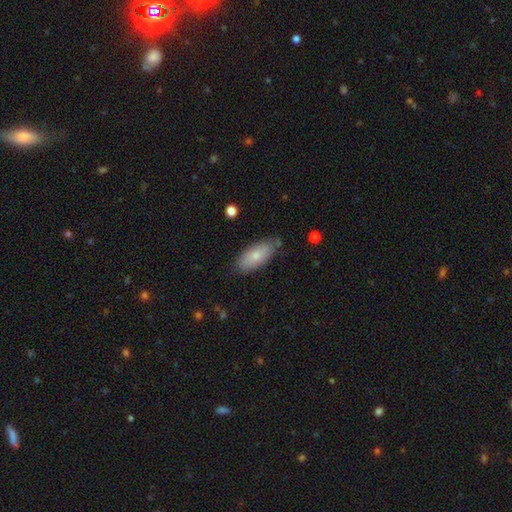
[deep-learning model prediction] Smooth or featured?
  - smooth: 78% *
  - featured or disk: 16%
  - star or artifact: 6%
How rounded?
  - in between: 87% *
  - cigar-shaped: 11%
  - round: 2%
Merging?
  - none: 76% *
  - minor disturbance: 19%
  - major disturbance: 3%
  - merger: 2%